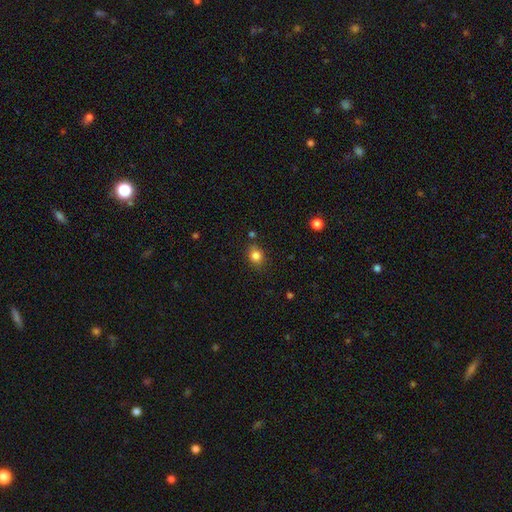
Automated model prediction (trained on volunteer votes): Q: Smooth or featured?
A: smooth (83%); runner-up: star or artifact (11%)
Q: How rounded?
A: round (64%); runner-up: in between (35%)
Q: Merging?
A: none (79%); runner-up: minor disturbance (13%)